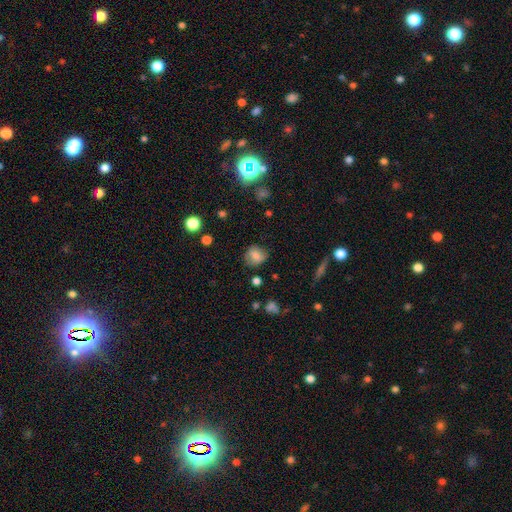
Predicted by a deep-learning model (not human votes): Smooth or featured?
  - smooth: 74% *
  - featured or disk: 16%
  - star or artifact: 10%
How rounded?
  - round: 73% *
  - in between: 26%
  - cigar-shaped: 1%
Merging?
  - none: 73% *
  - minor disturbance: 20%
  - major disturbance: 5%
  - merger: 2%